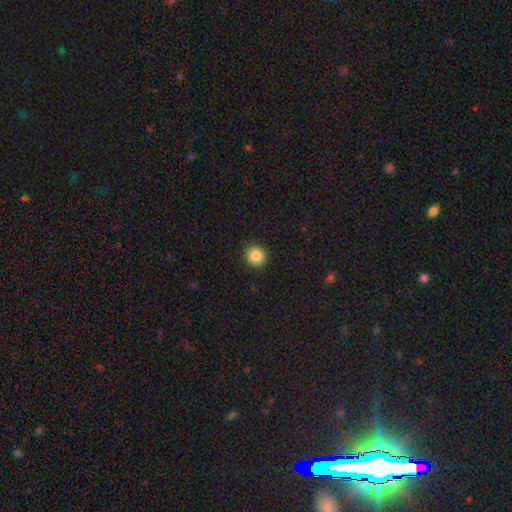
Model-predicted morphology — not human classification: smooth 85%, star or artifact 10%, featured or disk 5%. Down the decision tree: how rounded — round (94%); merging — none (91%).